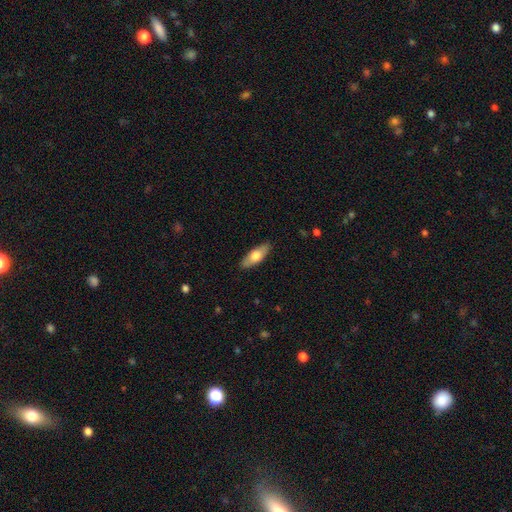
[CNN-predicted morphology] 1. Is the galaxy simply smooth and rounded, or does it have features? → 66% smooth, 29% featured or disk, 6% star or artifact.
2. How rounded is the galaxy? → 69% in between, 29% cigar-shaped, 2% round.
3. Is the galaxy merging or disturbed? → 88% none, 9% minor disturbance, 2% major disturbance, 1% merger.